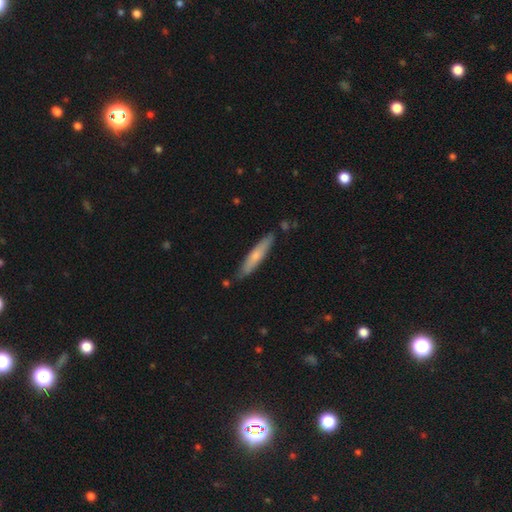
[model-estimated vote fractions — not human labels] Smooth or featured? Predicted: smooth (p=0.63). How rounded? Predicted: cigar-shaped (p=0.90). Merging? Predicted: none (p=0.83).